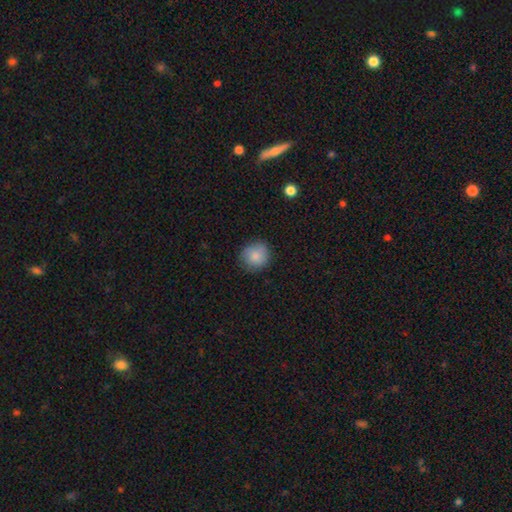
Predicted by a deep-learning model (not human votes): smooth_or_featured: smooth (p=0.86) [alt: star or artifact p=0.08]
how_rounded: round (p=0.89) [alt: in between p=0.10]
merging: none (p=0.84) [alt: minor disturbance p=0.13]